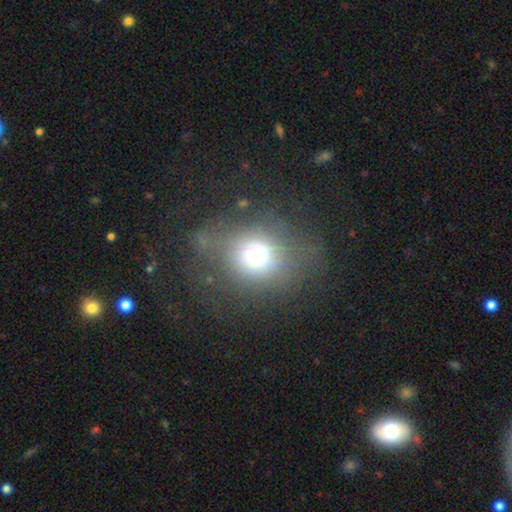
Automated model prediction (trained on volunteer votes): smooth 61%, featured or disk 22%, star or artifact 18%. Down the decision tree: how rounded — round (80%); merging — none (55%).